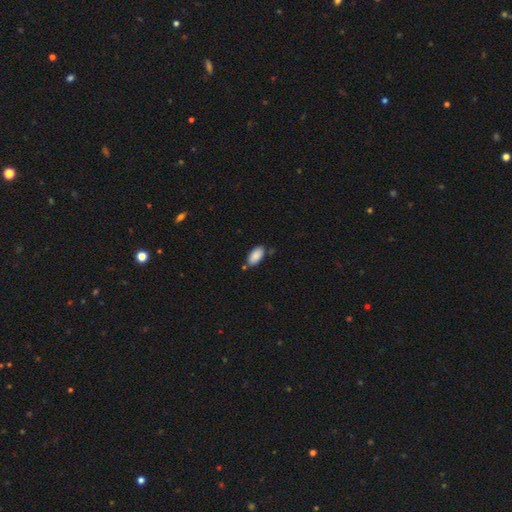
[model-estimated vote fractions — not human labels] Q: Smooth or featured?
A: smooth (89%); runner-up: star or artifact (7%)
Q: How rounded?
A: in between (93%); runner-up: cigar-shaped (5%)
Q: Merging?
A: none (75%); runner-up: minor disturbance (16%)